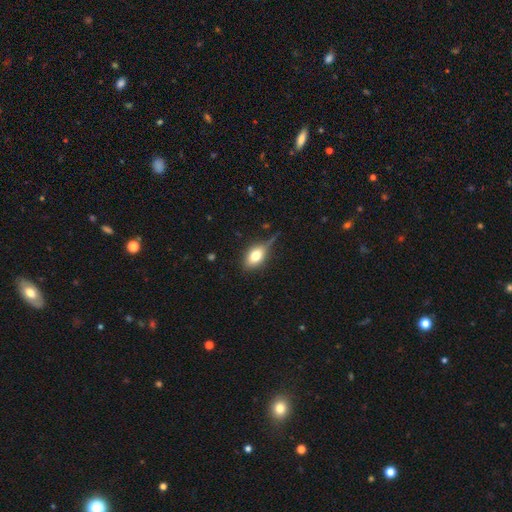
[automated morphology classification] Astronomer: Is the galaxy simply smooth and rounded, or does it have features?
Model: smooth — 70%.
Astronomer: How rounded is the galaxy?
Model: in between — 82%.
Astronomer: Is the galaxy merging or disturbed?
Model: none — 60%.